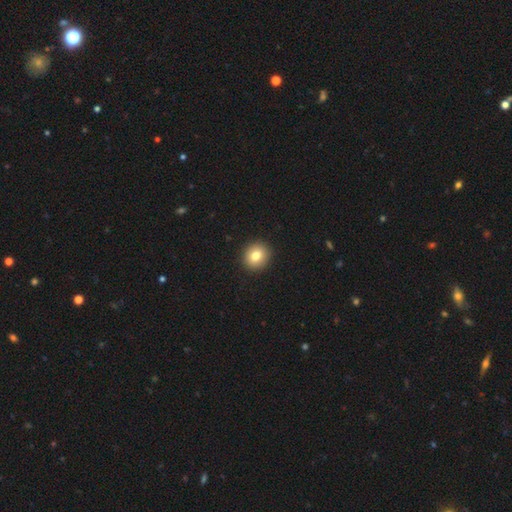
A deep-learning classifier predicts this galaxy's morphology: Q: Smooth or featured?
A: smooth (80%); runner-up: featured or disk (10%)
Q: How rounded?
A: round (83%); runner-up: in between (16%)
Q: Merging?
A: none (92%); runner-up: minor disturbance (5%)